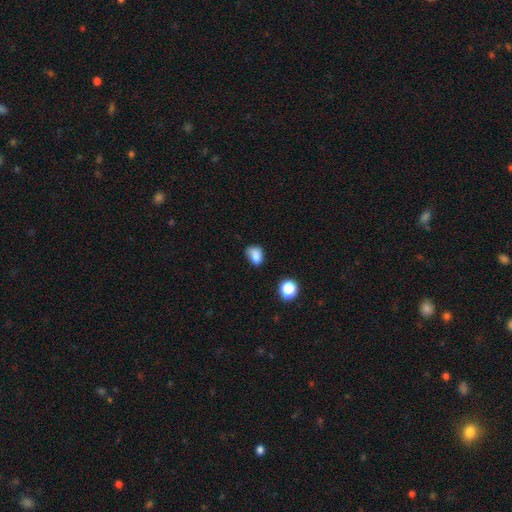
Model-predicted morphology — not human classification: type=smooth (82%); roundness=in between (67%); merging=none (49%).